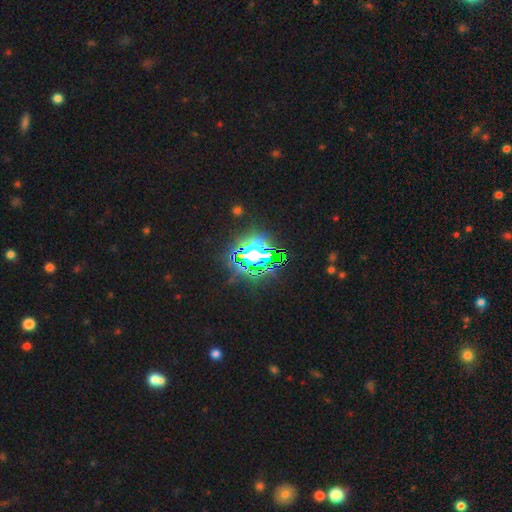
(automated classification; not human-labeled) Smooth or featured: star or artifact — 73% (smooth — 16%)